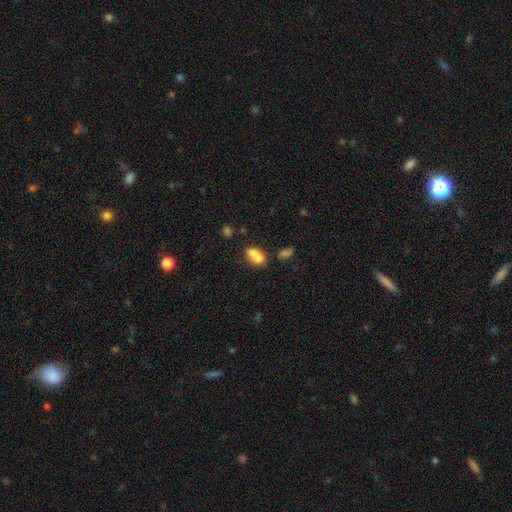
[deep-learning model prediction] smooth-or-featured: smooth: 70% | featured or disk: 20% | star or artifact: 11%
  how-rounded: in between: 58% | round: 39% | cigar-shaped: 2%
  merging: merger: 68% | none: 20% | minor disturbance: 7% | major disturbance: 4%